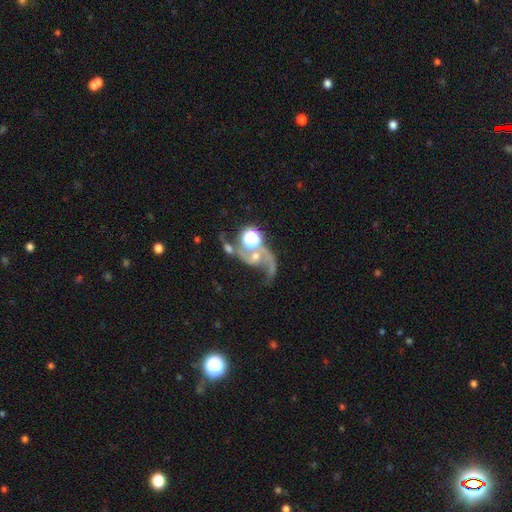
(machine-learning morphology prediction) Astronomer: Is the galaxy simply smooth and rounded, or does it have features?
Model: featured or disk — 74%.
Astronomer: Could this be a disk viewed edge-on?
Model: no — 97%.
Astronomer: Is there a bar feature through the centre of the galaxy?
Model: no — 67%.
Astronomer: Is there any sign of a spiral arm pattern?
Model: yes — 90%.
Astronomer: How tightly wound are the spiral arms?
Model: loose — 66%.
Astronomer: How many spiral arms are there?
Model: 2 — 67%.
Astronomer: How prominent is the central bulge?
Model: moderate — 46% (runner-up: small, 33%).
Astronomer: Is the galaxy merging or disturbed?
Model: none — 31% (runner-up: major disturbance, 28%).